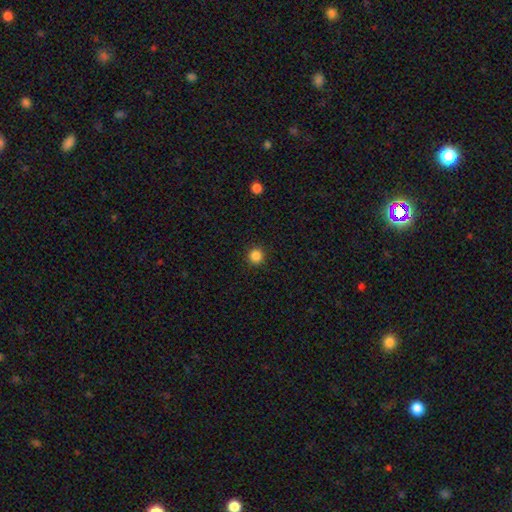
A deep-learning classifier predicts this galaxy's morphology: Overall: smooth (86%). How rounded: round (94%). Merging: none (92%).